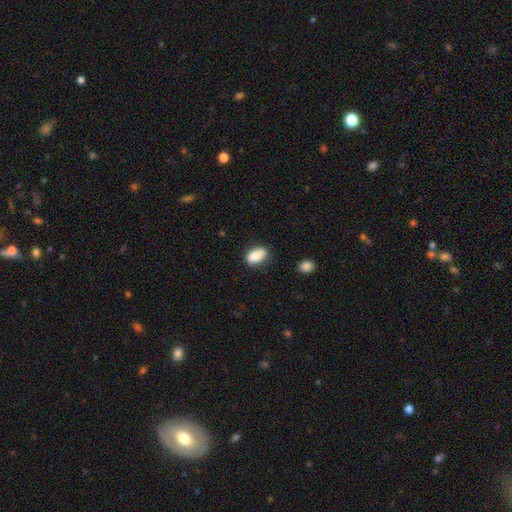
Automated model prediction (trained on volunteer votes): Smooth or featured: smooth — 87% (star or artifact — 8%)
How rounded: in between — 88% (cigar-shaped — 6%)
Merging: none — 77% (minor disturbance — 17%)